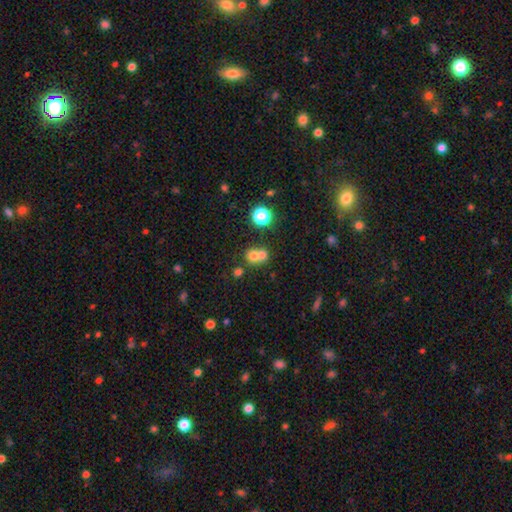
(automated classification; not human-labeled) Morphology: type=smooth (68%); roundness=round (79%); merging=merger (59%).